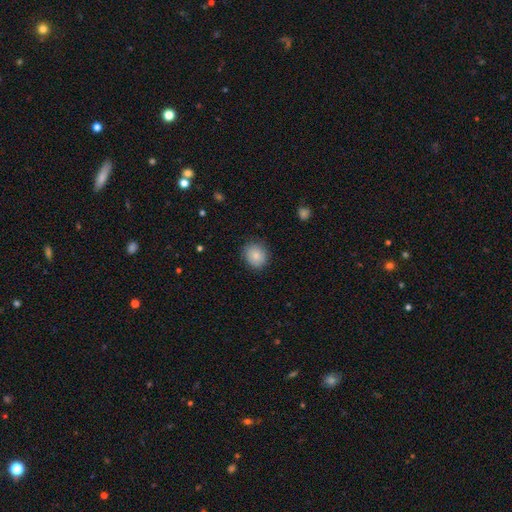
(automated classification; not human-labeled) Smooth or featured? Predicted: smooth (p=0.85). How rounded? Predicted: round (p=0.74). Merging? Predicted: none (p=0.84).